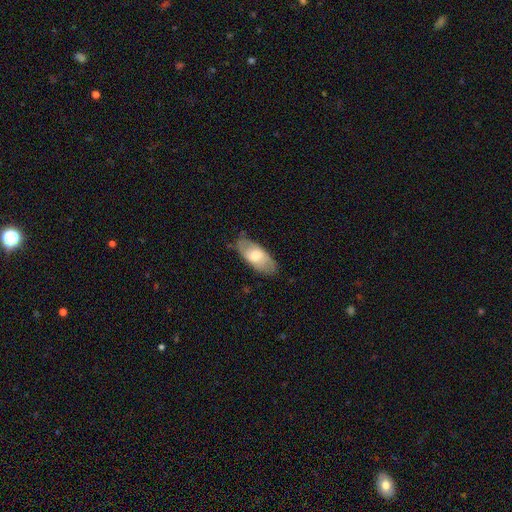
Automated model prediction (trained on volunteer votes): smooth 59%, featured or disk 36%, star or artifact 6%. Down the decision tree: how rounded — in between (86%); merging — none (77%).